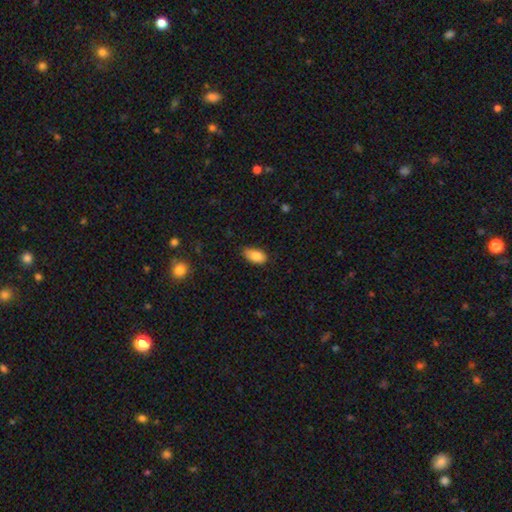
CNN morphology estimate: A smooth galaxy with no disk features (86%) that is in between round and cigar-shaped (92%). Merging: none (73%).